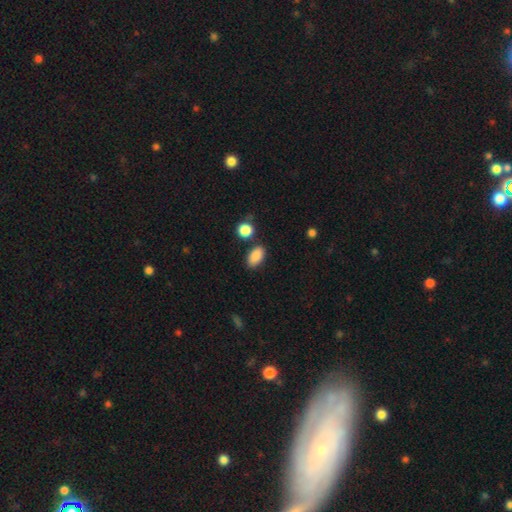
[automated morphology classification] The model was most divided on "merging": none: 78%, minor disturbance: 13%, merger: 6%, major disturbance: 3%. More confident: how rounded — in between (90%); smooth or featured — smooth (88%).